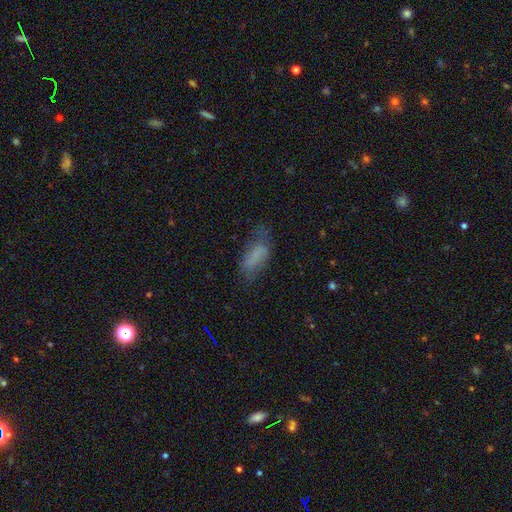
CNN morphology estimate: Q: Smooth or featured?
A: smooth (67%); runner-up: featured or disk (21%)
Q: How rounded?
A: in between (75%); runner-up: cigar-shaped (23%)
Q: Merging?
A: none (51%); runner-up: minor disturbance (29%)